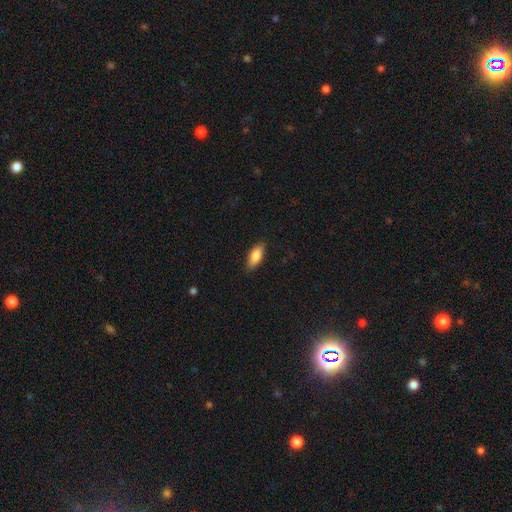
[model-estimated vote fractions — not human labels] Q: Smooth or featured?
A: smooth (85%); runner-up: featured or disk (9%)
Q: How rounded?
A: in between (80%); runner-up: cigar-shaped (18%)
Q: Merging?
A: none (82%); runner-up: minor disturbance (14%)